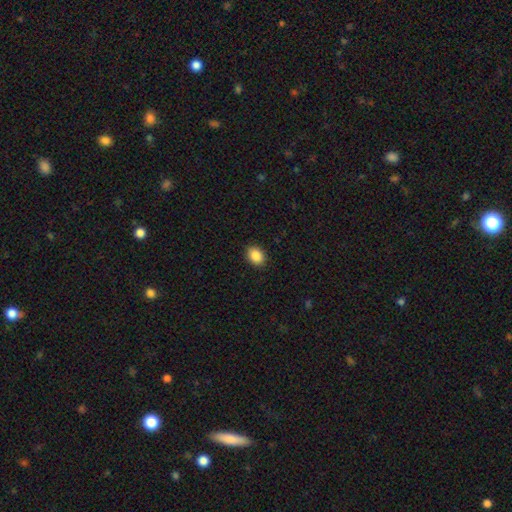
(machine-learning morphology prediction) Smooth or featured?
  - smooth: 88% *
  - star or artifact: 8%
  - featured or disk: 4%
How rounded?
  - in between: 70% *
  - round: 29%
  - cigar-shaped: 1%
Merging?
  - none: 90% *
  - minor disturbance: 7%
  - major disturbance: 2%
  - merger: 1%